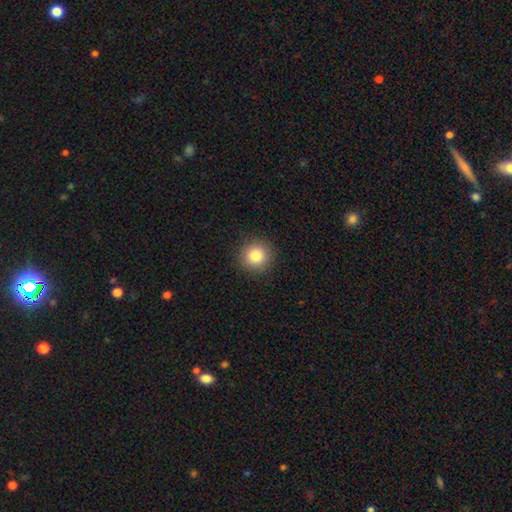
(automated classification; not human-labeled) smooth-or-featured: smooth: 84% | star or artifact: 10% | featured or disk: 6%
  how-rounded: round: 94% | in between: 5% | cigar-shaped: 1%
  merging: none: 91% | minor disturbance: 6% | major disturbance: 2% | merger: 1%